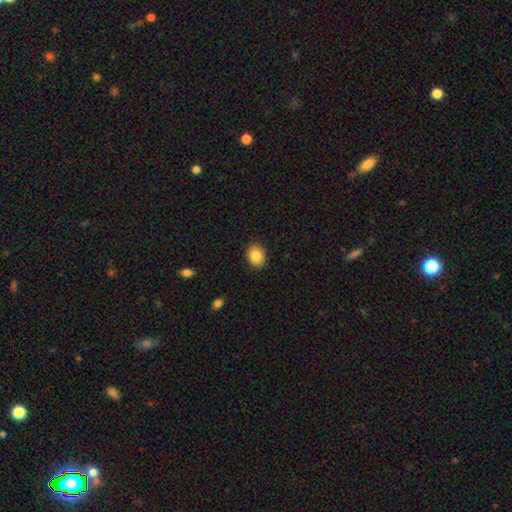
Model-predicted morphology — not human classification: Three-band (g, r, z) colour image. It shows a smooth galaxy with no disk features (86%) that is in between round and cigar-shaped (59%). Merging: none (89%).